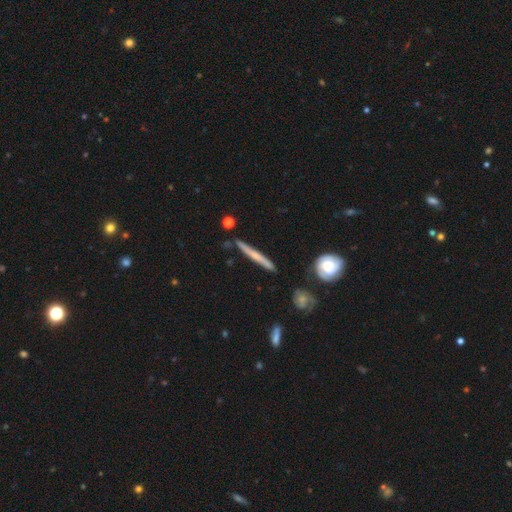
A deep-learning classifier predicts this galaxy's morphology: featured or disk 52%, smooth 42%, star or artifact 6%. Down the decision tree: edge-on disk — yes (95%); merging — none (86%).